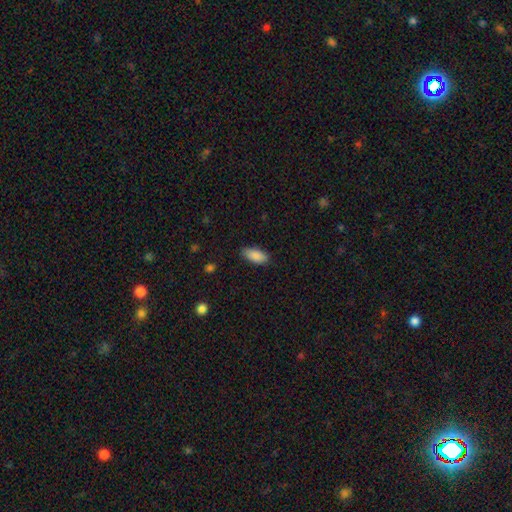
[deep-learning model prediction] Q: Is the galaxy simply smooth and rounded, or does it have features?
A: smooth — 89%.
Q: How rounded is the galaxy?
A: in between — 88%.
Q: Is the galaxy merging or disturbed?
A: none — 84%.